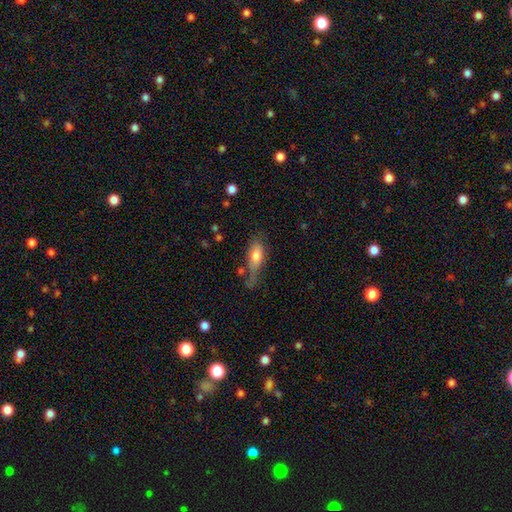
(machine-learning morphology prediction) Smooth or featured?
  - smooth: 71% *
  - featured or disk: 21%
  - star or artifact: 8%
How rounded?
  - in between: 73% *
  - cigar-shaped: 23%
  - round: 4%
Merging?
  - none: 39% *
  - minor disturbance: 31%
  - major disturbance: 20%
  - merger: 9%